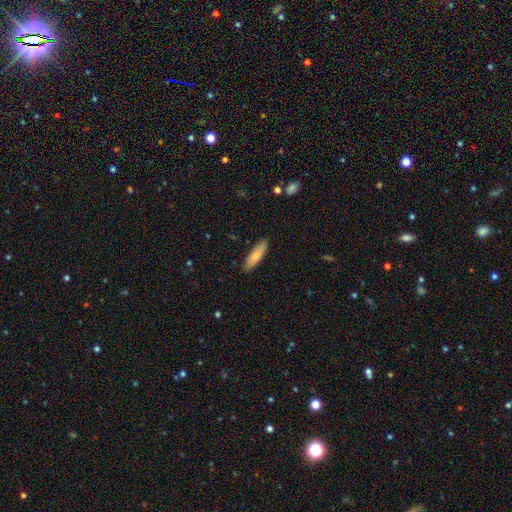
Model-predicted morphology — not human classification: type=smooth (77%); roundness=cigar-shaped (64%); merging=none (87%).